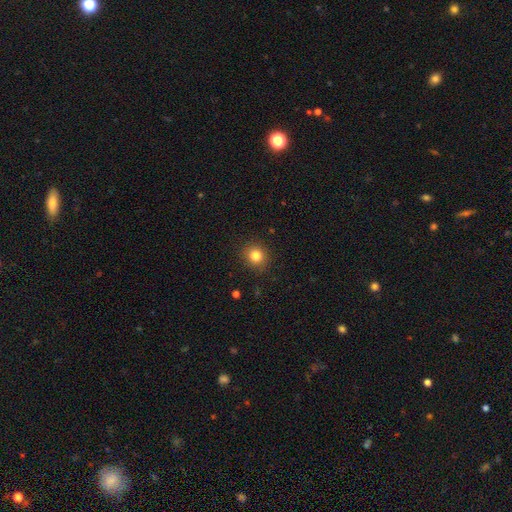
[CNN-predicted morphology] smooth_or_featured: smooth (p=0.82) [alt: star or artifact p=0.12]
how_rounded: round (p=0.86) [alt: in between p=0.13]
merging: none (p=0.89) [alt: minor disturbance p=0.08]